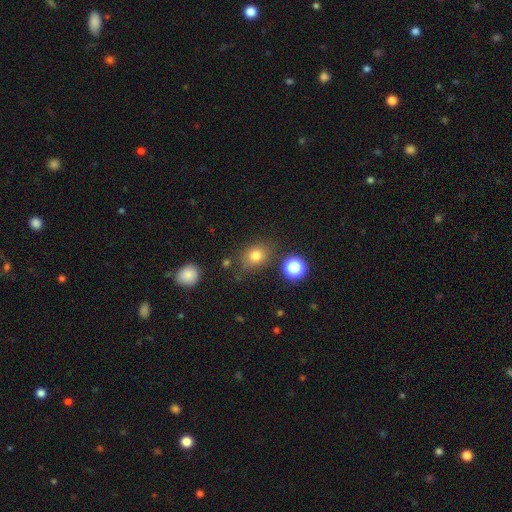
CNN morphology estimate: type=smooth (77%); roundness=round (52%); merging=none (74%).